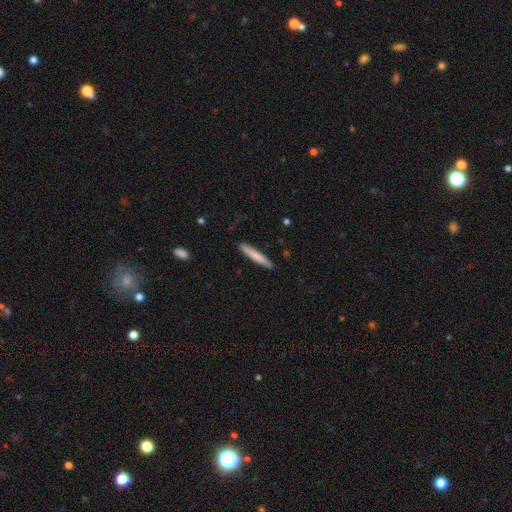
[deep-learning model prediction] smooth 76%, featured or disk 18%, star or artifact 5%. Down the decision tree: how rounded — cigar-shaped (95%); merging — none (88%).